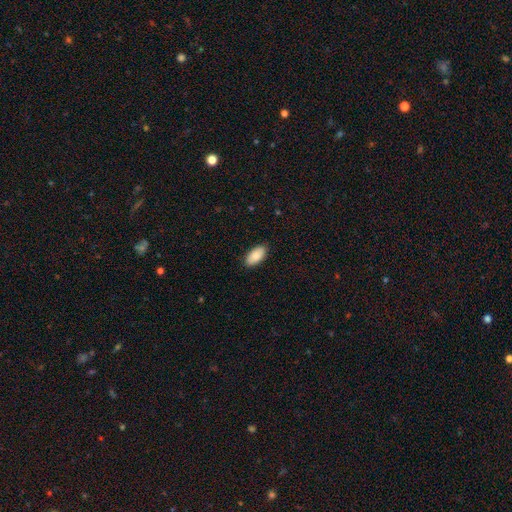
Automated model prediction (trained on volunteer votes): Smooth or featured: smooth — 88% (star or artifact — 6%)
How rounded: in between — 93% (cigar-shaped — 5%)
Merging: none — 88% (minor disturbance — 9%)